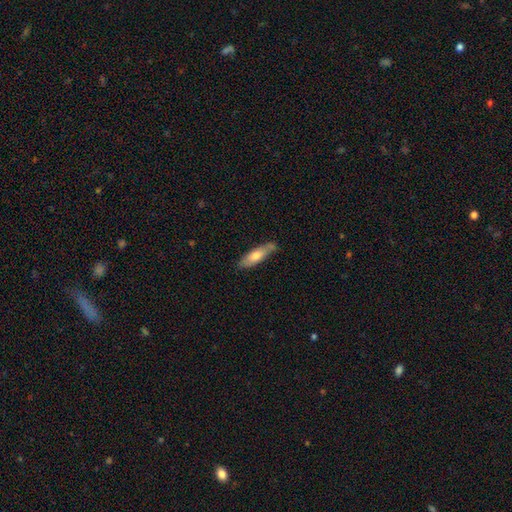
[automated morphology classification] This appears to be a smooth galaxy with no disk features (65%) that is cigar-shaped (63%). Merging: none (74%).